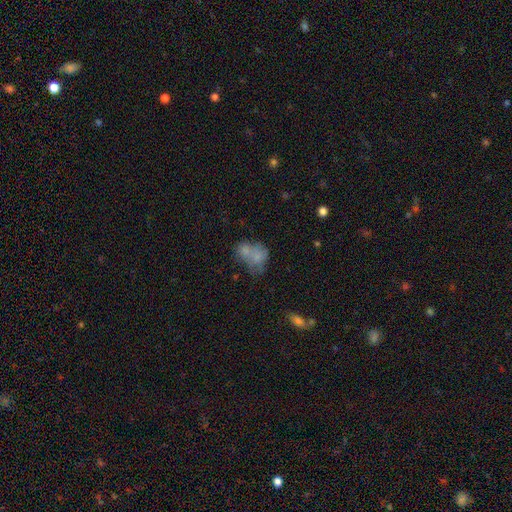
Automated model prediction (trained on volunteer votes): Smooth or featured? Predicted: smooth (p=0.64). How rounded? Predicted: in between (p=0.61). Merging? Predicted: merger (p=0.50).